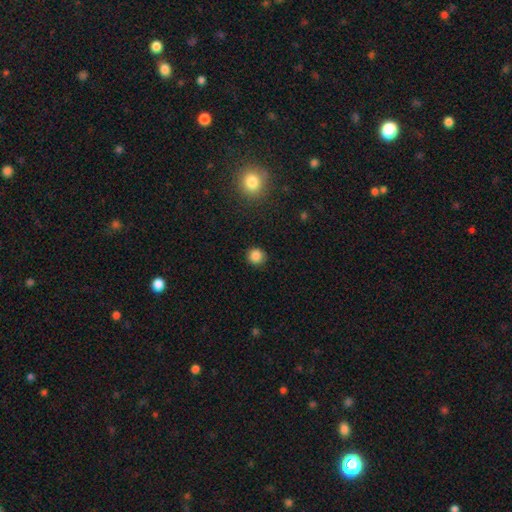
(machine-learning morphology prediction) Smooth or featured? Predicted: smooth (p=0.85). How rounded? Predicted: round (p=0.92). Merging? Predicted: none (p=0.91).